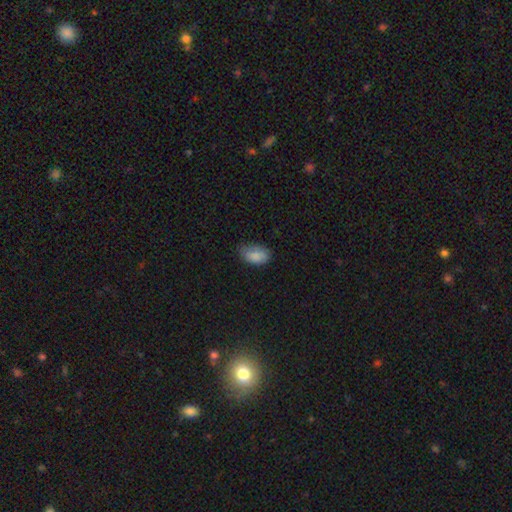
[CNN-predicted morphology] Smooth or featured?
  - smooth: 86% *
  - star or artifact: 7%
  - featured or disk: 7%
How rounded?
  - in between: 92% *
  - round: 6%
  - cigar-shaped: 1%
Merging?
  - none: 64% *
  - minor disturbance: 29%
  - major disturbance: 6%
  - merger: 1%